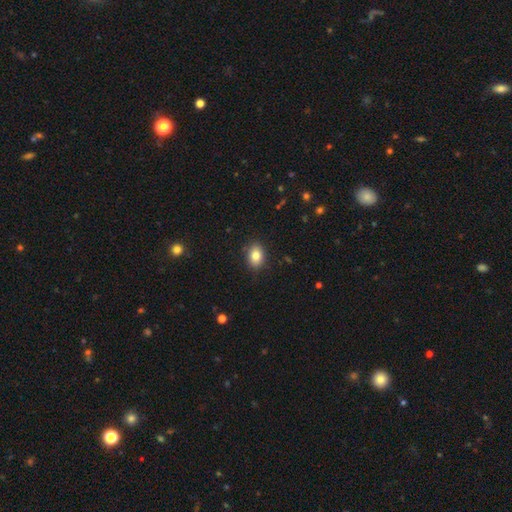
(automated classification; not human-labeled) A smooth galaxy with no disk features (84%) that is in between round and cigar-shaped (78%). Merging: none (87%).